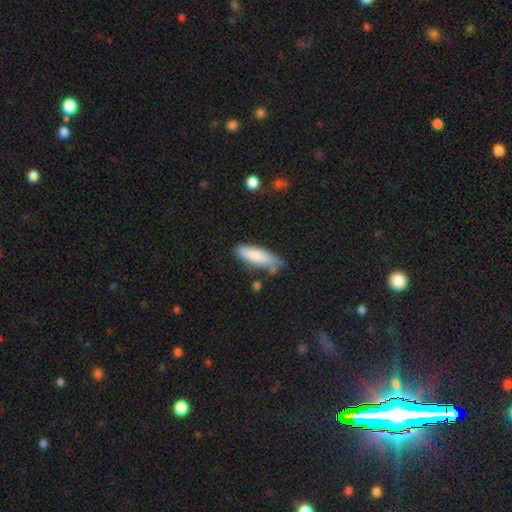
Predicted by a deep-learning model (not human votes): This appears to be a smooth galaxy with no disk features (82%) that is cigar-shaped (54%). Merging: none (63%).